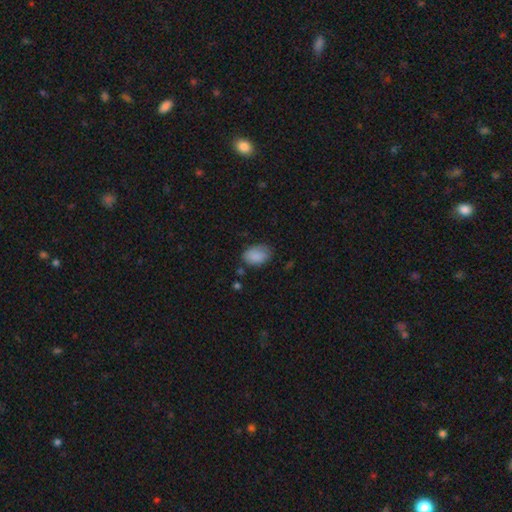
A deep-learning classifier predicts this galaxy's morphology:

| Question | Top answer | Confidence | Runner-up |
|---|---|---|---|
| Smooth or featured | smooth | 88% | star or artifact (8%) |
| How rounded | in between | 85% | round (14%) |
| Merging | none | 73% | minor disturbance (21%) |